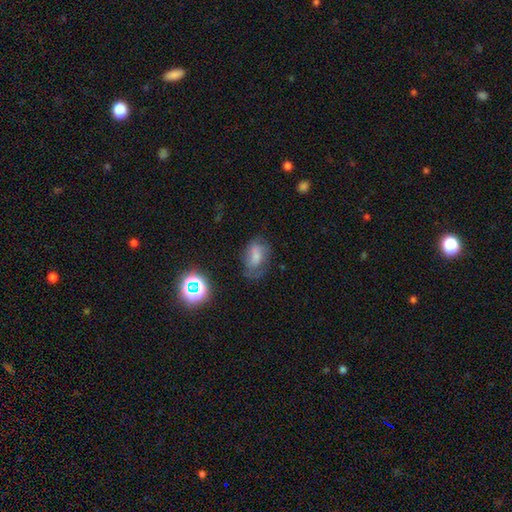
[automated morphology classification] Overall: smooth (56%; featured or disk 30%). How rounded: in between (83%). Merging: none (51%; minor disturbance 28%).